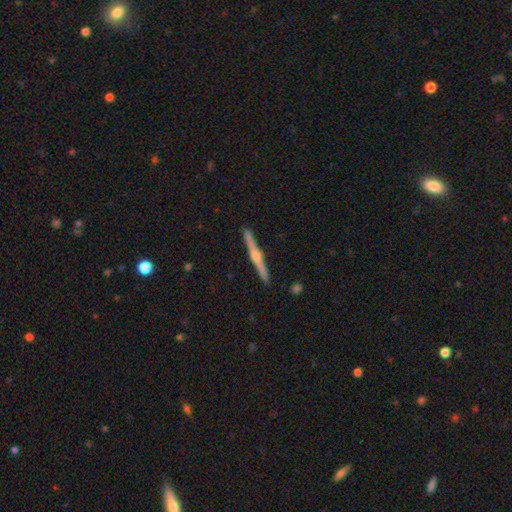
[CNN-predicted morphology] The model was most divided on "smooth or featured": featured or disk: 77%, smooth: 17%, star or artifact: 5%. More confident: edge-on disk — yes (99%); merging — none (92%); edge-on bulge — rounded (87%).